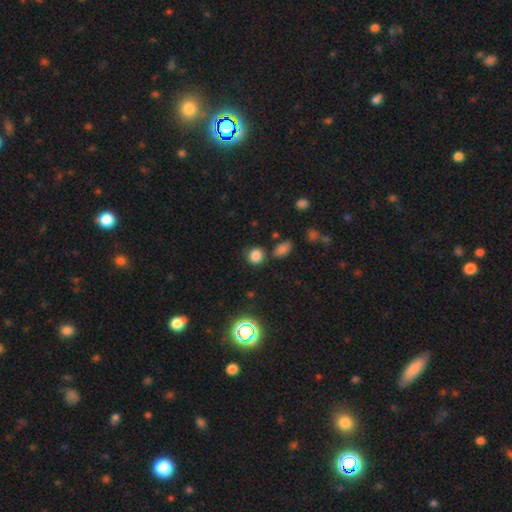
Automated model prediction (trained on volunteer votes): This is clearly a smooth galaxy (80%). How rounded: clearly round (82%). Merging: likely none (76%).